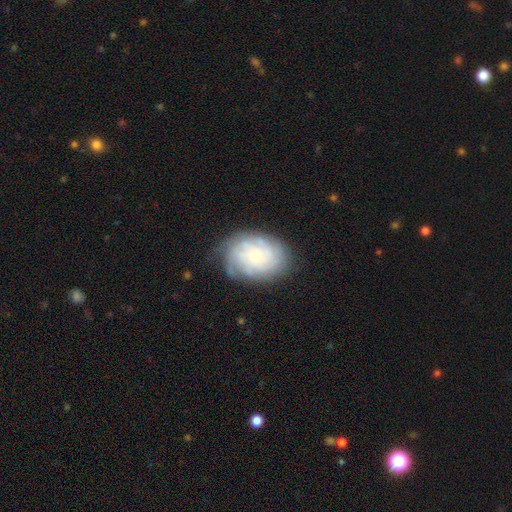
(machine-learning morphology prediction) smooth_or_featured: featured or disk (p=0.68) [alt: smooth p=0.24]
disk_edge_on: no (p=0.97) [alt: yes p=0.03]
bar: no (p=0.78) [alt: weak p=0.19]
has_spiral_arms: yes (p=0.92) [alt: no p=0.08]
spiral_winding: tight (p=0.66) [alt: medium p=0.26]
spiral_arm_count: can't tell (p=0.45) [alt: 4 p=0.18]
bulge_size: small (p=0.59) [alt: moderate p=0.35]
merging: none (p=0.73) [alt: minor disturbance p=0.19]